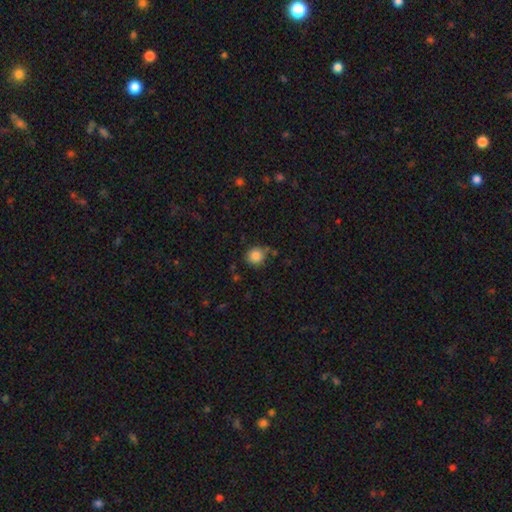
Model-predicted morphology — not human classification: smooth 86%, star or artifact 10%, featured or disk 4%. Down the decision tree: how rounded — round (86%); merging — none (73%).